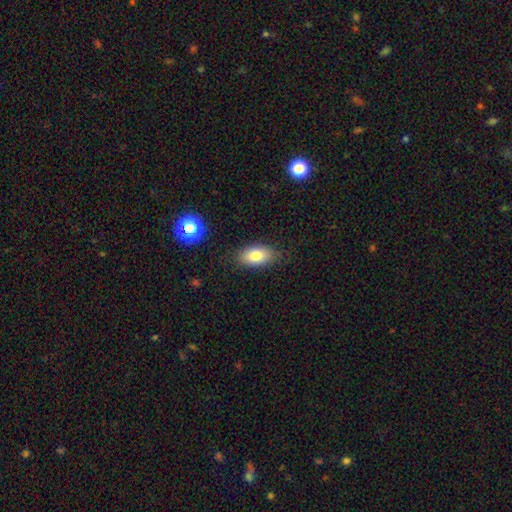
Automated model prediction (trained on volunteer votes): This is likely a smooth galaxy (79%). How rounded: clearly in between (91%). Merging: clearly none (82%).